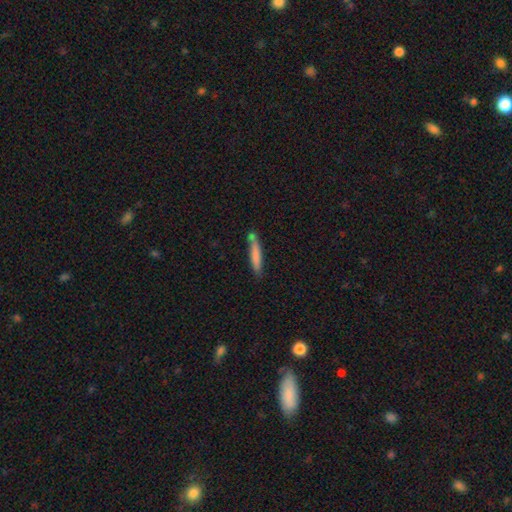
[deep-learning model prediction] A smooth galaxy with no disk features (77%) that is cigar-shaped (90%).

Vote fractions:
- Smooth or featured? smooth: 77% / featured or disk: 17% / star or artifact: 6%
- How rounded? cigar-shaped: 90% / in between: 8% / round: 1%
- Merging? none: 62% / merger: 17% / minor disturbance: 17% / major disturbance: 4%